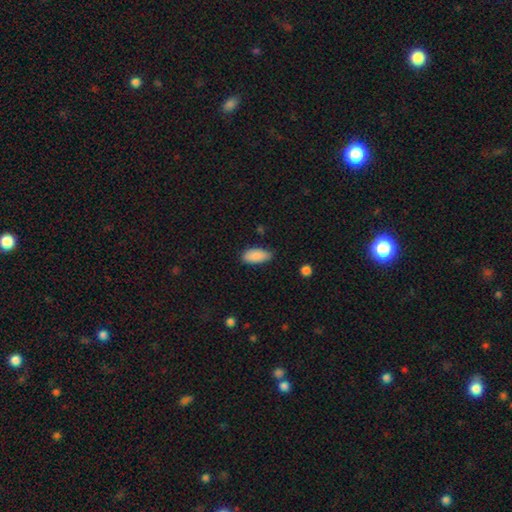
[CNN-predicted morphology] smooth-or-featured: smooth: 89% | star or artifact: 7% | featured or disk: 4%
  how-rounded: in between: 91% | cigar-shaped: 7% | round: 2%
  merging: none: 76% | minor disturbance: 20% | major disturbance: 3% | merger: 1%